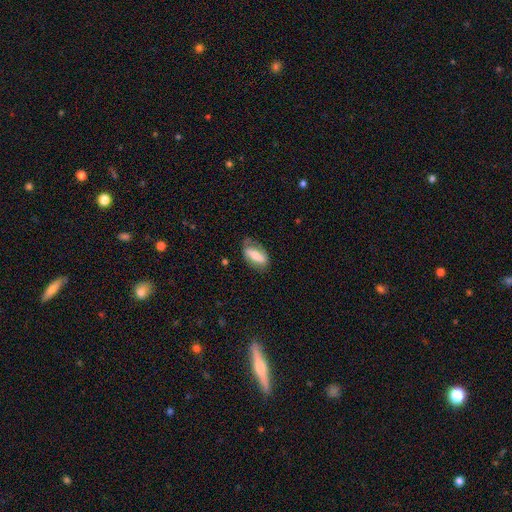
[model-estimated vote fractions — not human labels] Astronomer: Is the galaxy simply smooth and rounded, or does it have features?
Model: smooth — 55% (runner-up: featured or disk, 38%).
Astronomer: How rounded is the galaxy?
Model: in between — 76%.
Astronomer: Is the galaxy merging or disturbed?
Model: none — 63%.